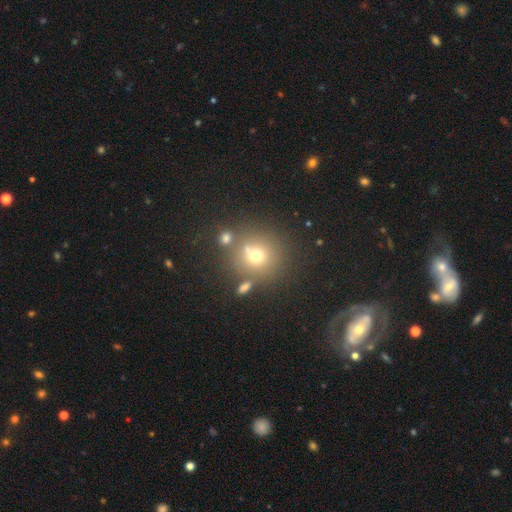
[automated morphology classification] smooth_or_featured: smooth (p=0.67) [alt: star or artifact p=0.18]
how_rounded: round (p=0.88) [alt: in between p=0.11]
merging: none (p=0.65) [alt: merger p=0.18]